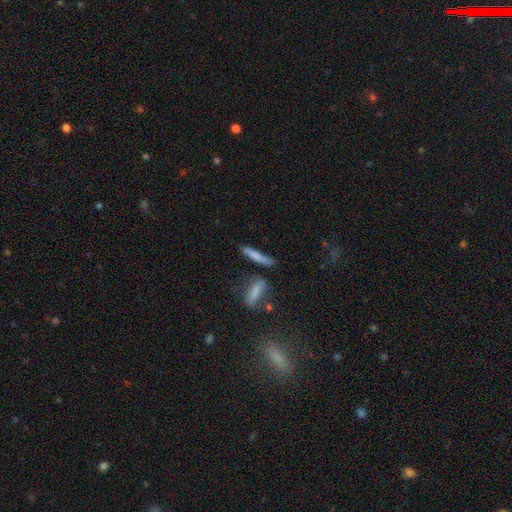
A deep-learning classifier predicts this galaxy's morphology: Smooth or featured?
  - smooth: 71% *
  - featured or disk: 21%
  - star or artifact: 8%
How rounded?
  - cigar-shaped: 85% *
  - in between: 12%
  - round: 2%
Merging?
  - none: 61% *
  - minor disturbance: 19%
  - merger: 12%
  - major disturbance: 8%